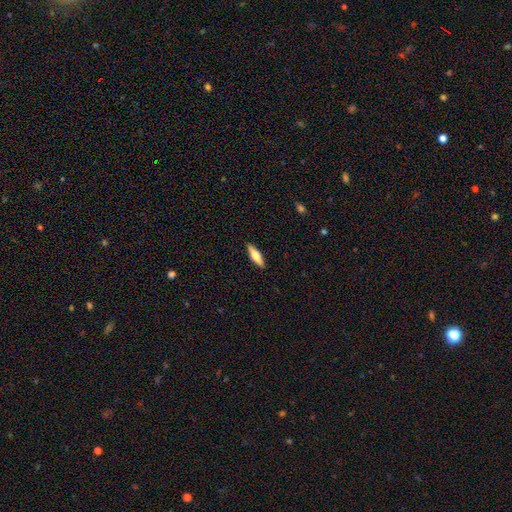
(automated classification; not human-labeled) Q: Smooth or featured?
A: featured or disk (47%); tied with: smooth (47%)
Q: Merging?
A: none (91%); runner-up: minor disturbance (7%)